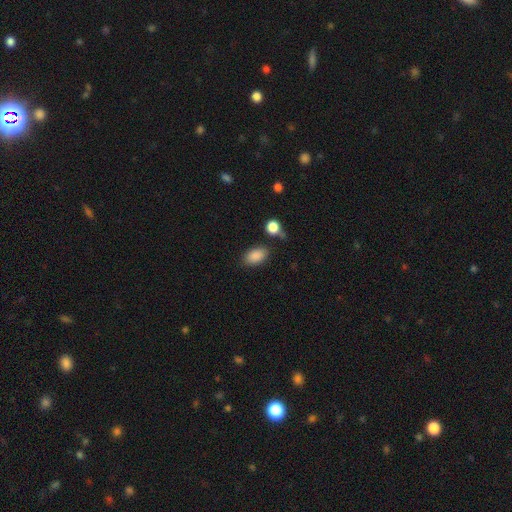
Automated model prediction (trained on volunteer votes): Q: Smooth or featured?
A: smooth (88%); runner-up: star or artifact (8%)
Q: How rounded?
A: in between (89%); runner-up: round (9%)
Q: Merging?
A: none (76%); runner-up: minor disturbance (14%)